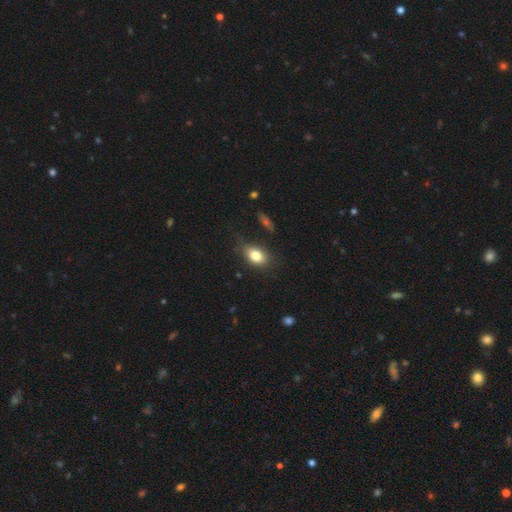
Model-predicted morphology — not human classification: Smooth or featured? Predicted: smooth (p=0.81). How rounded? Predicted: in between (p=0.82). Merging? Predicted: none (p=0.72).